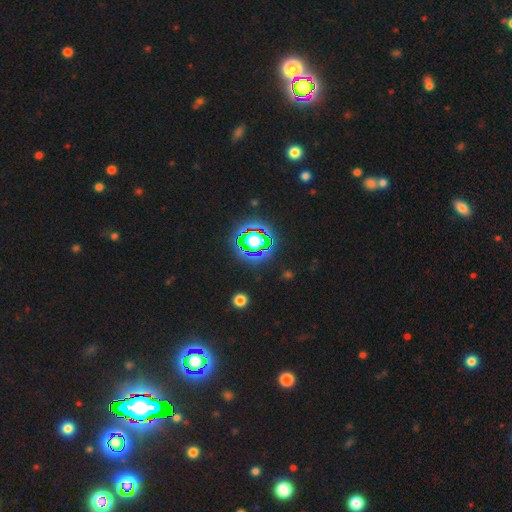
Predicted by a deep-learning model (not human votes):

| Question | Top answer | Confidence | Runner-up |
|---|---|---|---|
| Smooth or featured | star or artifact | 82% | smooth (11%) |